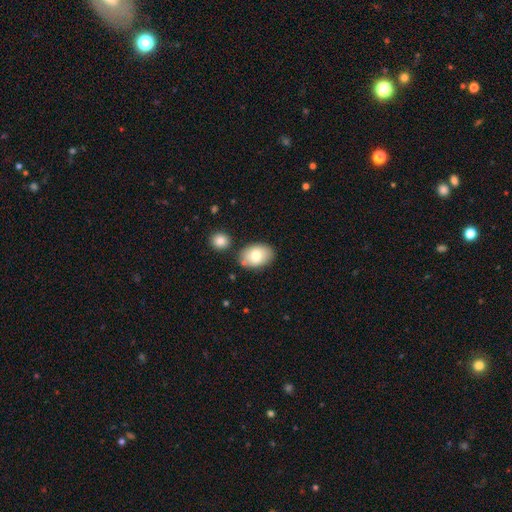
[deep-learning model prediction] A smooth galaxy with no disk features (75%) that is in between round and cigar-shaped (84%). Merging: none (74%).